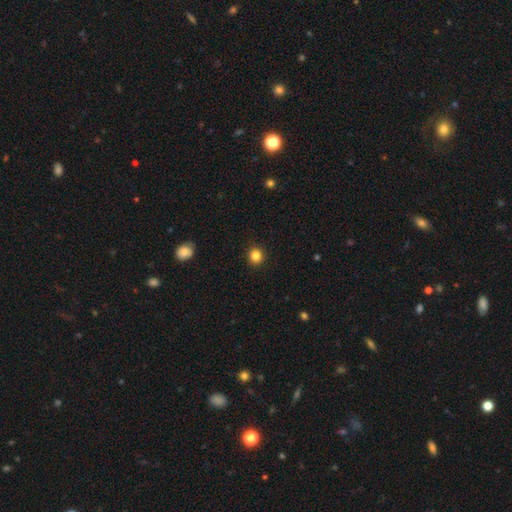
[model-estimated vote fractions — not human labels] smooth 84%, star or artifact 11%, featured or disk 4%. Down the decision tree: how rounded — round (90%); merging — none (92%).